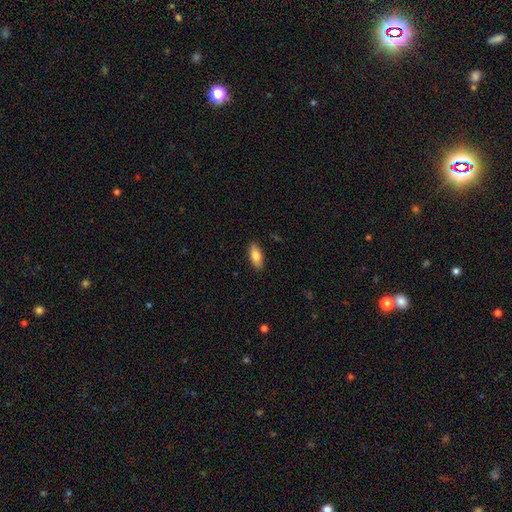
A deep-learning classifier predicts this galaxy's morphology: Smooth or featured? smooth (80%)
How rounded? in between (83%)
Merging? none (88%)